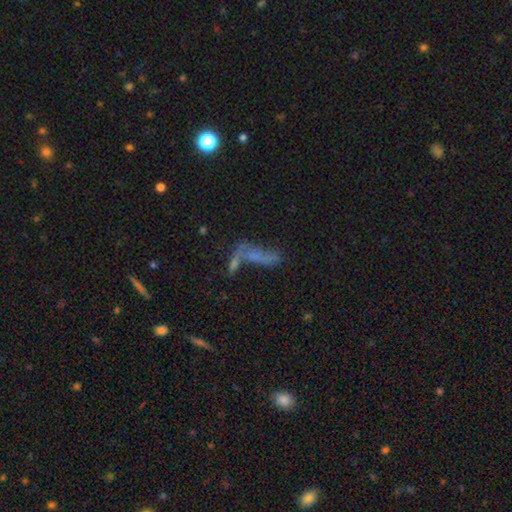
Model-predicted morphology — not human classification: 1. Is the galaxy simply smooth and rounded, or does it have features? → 42% smooth, 33% featured or disk, 25% star or artifact.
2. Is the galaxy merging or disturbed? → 36% merger, 32% none, 19% major disturbance, 13% minor disturbance.